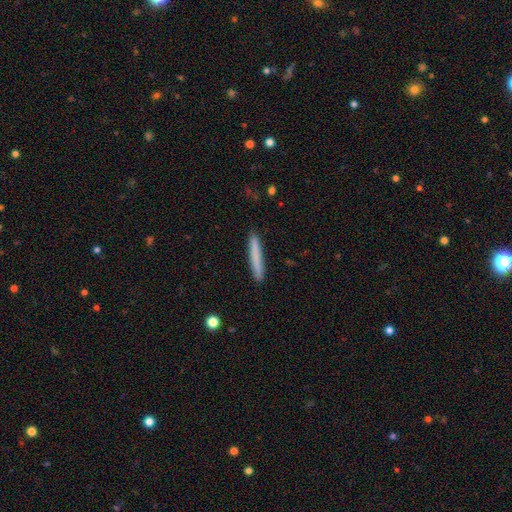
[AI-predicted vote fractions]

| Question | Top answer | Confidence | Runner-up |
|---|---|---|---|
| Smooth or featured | smooth | 78% | featured or disk (16%) |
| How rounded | cigar-shaped | 96% | in between (3%) |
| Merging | none | 91% | minor disturbance (7%) |